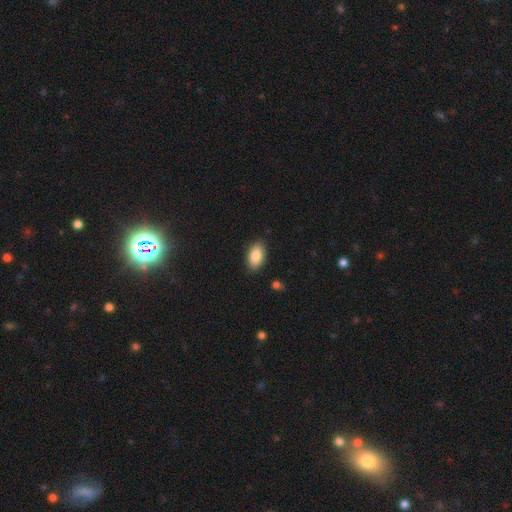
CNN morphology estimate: Smooth or featured?
  - smooth: 86% *
  - star or artifact: 7%
  - featured or disk: 7%
How rounded?
  - in between: 93% *
  - round: 5%
  - cigar-shaped: 2%
Merging?
  - none: 87% *
  - minor disturbance: 9%
  - major disturbance: 2%
  - merger: 1%